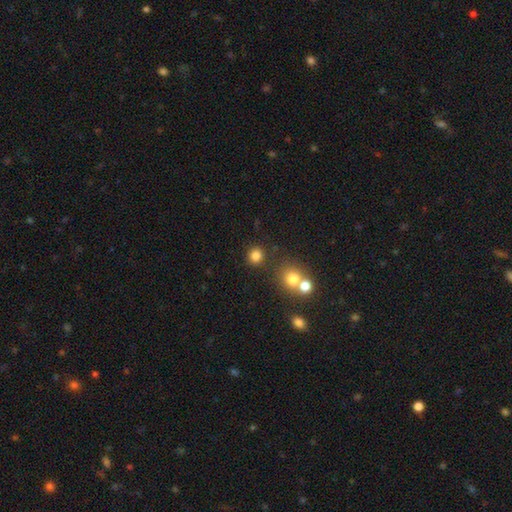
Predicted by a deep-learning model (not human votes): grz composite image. It shows a smooth galaxy with no disk features (81%) that is round (89%). Merging: none (81%).